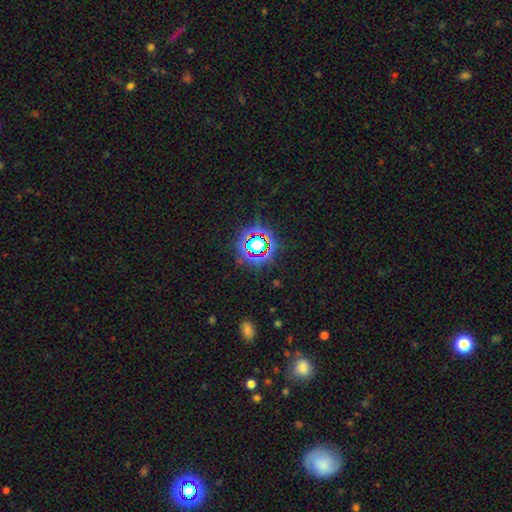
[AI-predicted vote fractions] Q: Smooth or featured?
A: star or artifact (76%); runner-up: smooth (15%)